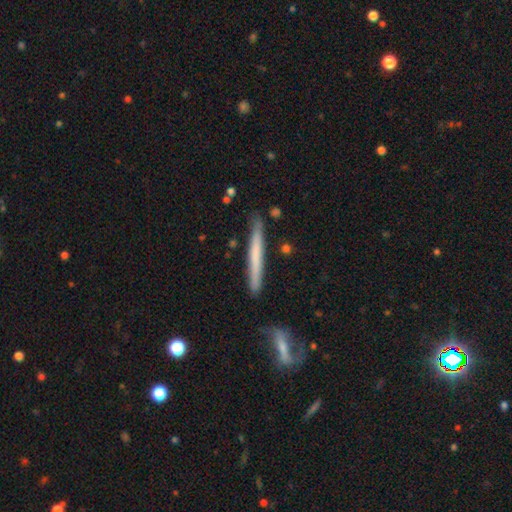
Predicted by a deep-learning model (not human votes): Smooth or featured?
  - smooth: 56% *
  - featured or disk: 38%
  - star or artifact: 6%
How rounded?
  - cigar-shaped: 97% *
  - in between: 2%
  - round: 1%
Merging?
  - none: 86% *
  - minor disturbance: 10%
  - merger: 3%
  - major disturbance: 2%